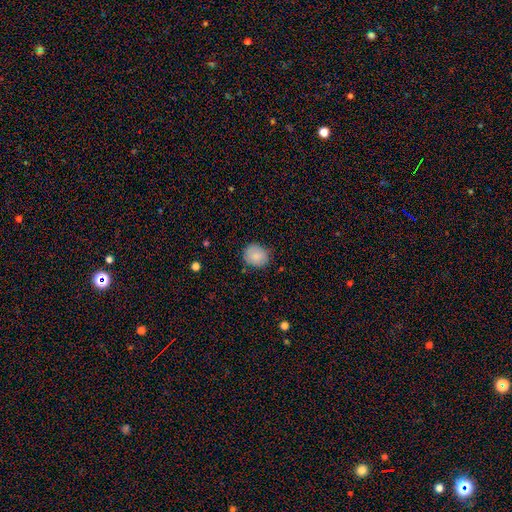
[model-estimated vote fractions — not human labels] Q: Smooth or featured?
A: smooth (84%); runner-up: featured or disk (9%)
Q: How rounded?
A: round (73%); runner-up: in between (26%)
Q: Merging?
A: none (79%); runner-up: minor disturbance (16%)